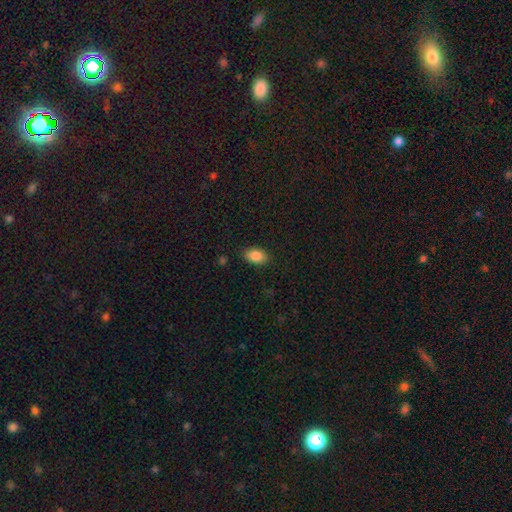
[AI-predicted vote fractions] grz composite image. It shows a smooth galaxy with no disk features (87%) that is in between round and cigar-shaped (87%). Merging: none (86%).